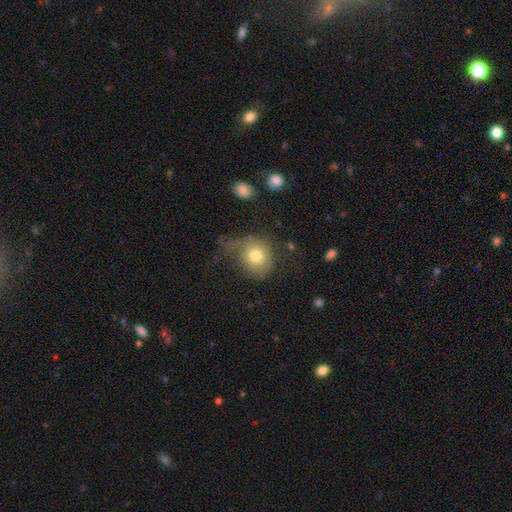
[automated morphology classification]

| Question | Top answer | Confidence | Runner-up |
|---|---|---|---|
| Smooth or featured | smooth | 73% | featured or disk (18%) |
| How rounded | round | 80% | in between (19%) |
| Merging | none | 37% | major disturbance (34%) |